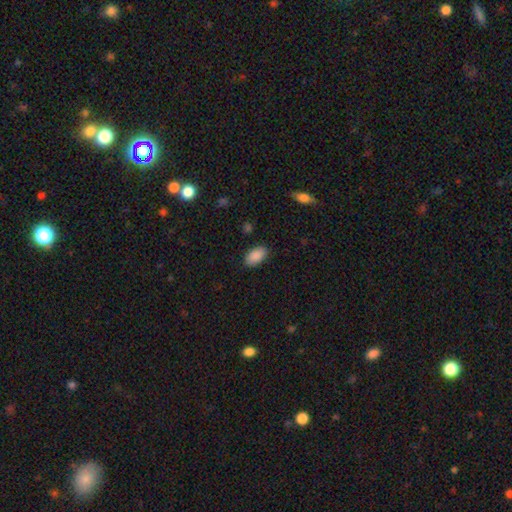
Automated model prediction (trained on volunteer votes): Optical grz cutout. It shows a smooth galaxy with no disk features (89%) that is in between round and cigar-shaped (95%). Merging: none (87%).